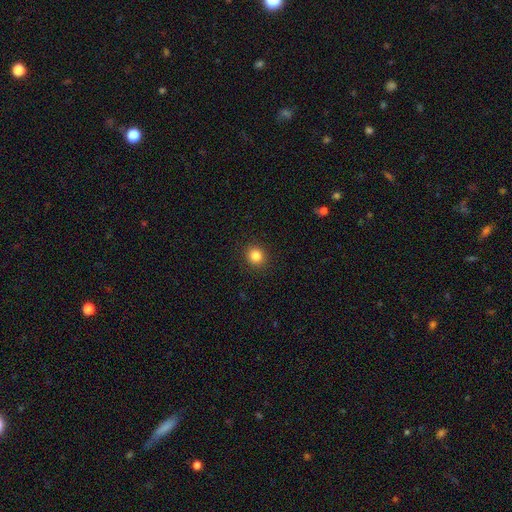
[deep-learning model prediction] Smooth or featured? Predicted: smooth (p=0.84). How rounded? Predicted: round (p=0.86). Merging? Predicted: none (p=0.92).